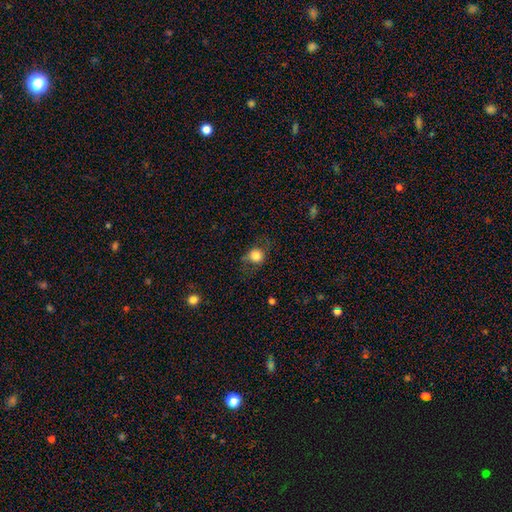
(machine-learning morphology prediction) type=smooth (79%); roundness=round (81%); merging=none (66%).